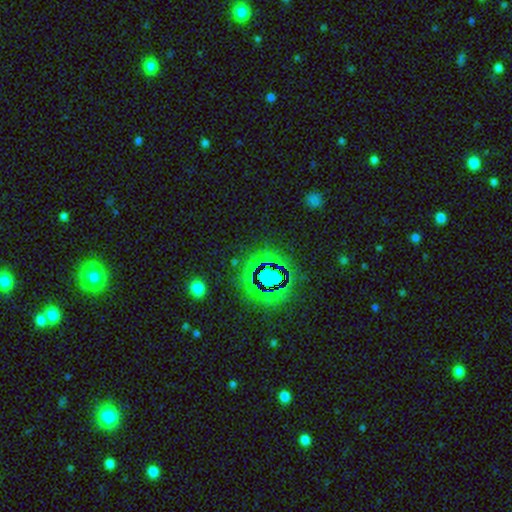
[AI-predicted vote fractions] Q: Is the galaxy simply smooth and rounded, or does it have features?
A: star or artifact — 73%.